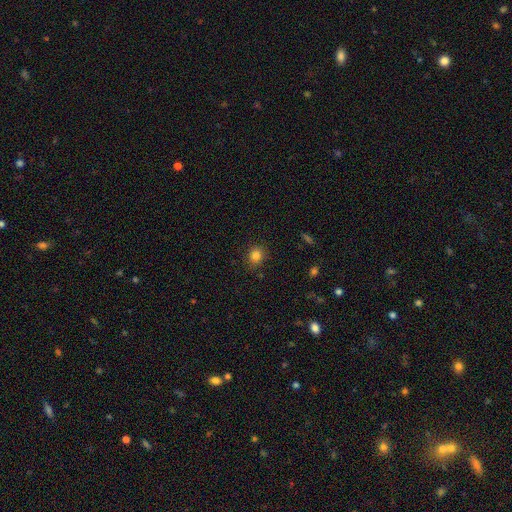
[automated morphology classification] This appears to be a smooth galaxy with no disk features (82%) that is round (80%). Merging: none (87%).